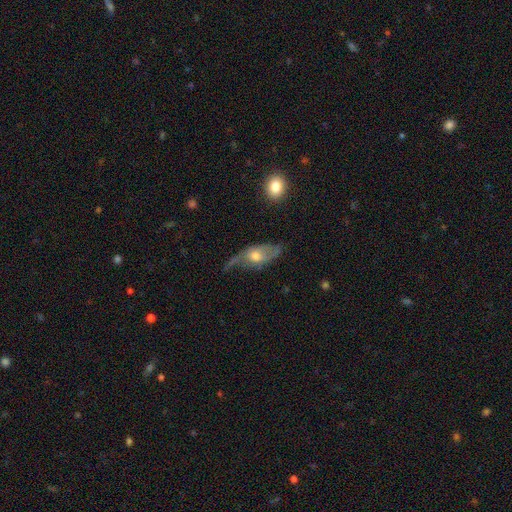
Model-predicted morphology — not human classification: Smooth or featured? featured or disk (69%)
Edge-on disk? no (82%)
Bar? no (69%)
Spiral arms? yes (78%)
Bulge size? moderate (66%)
Merging? none (45%)